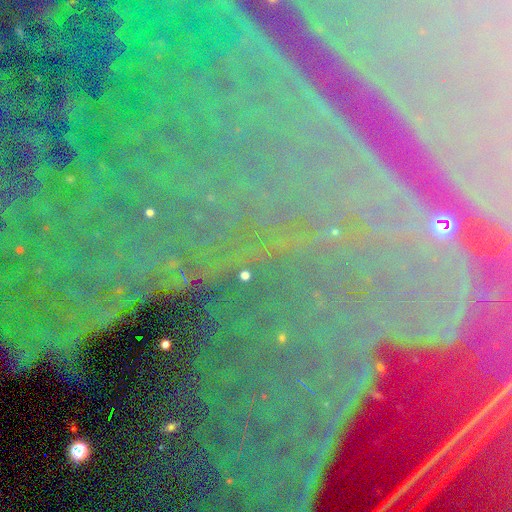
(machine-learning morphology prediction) A star or artifact, not a galaxy (86%).